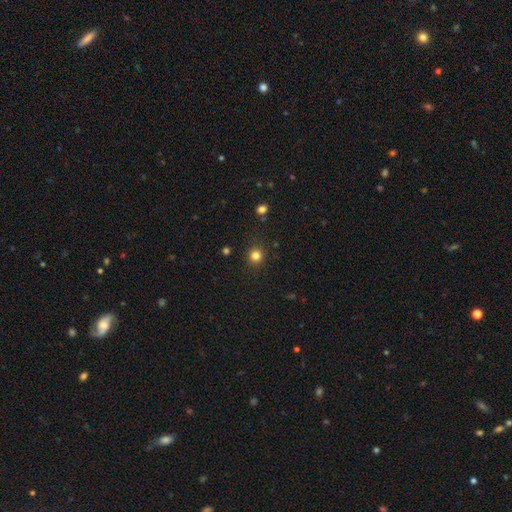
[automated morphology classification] This appears to be a smooth galaxy with no disk features (81%) that is round (91%). Merging: none (89%).